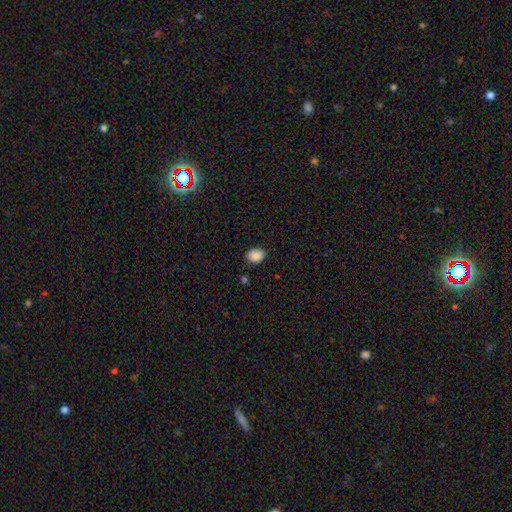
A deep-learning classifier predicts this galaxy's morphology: Smooth or featured?
  - smooth: 88% *
  - star or artifact: 9%
  - featured or disk: 3%
How rounded?
  - in between: 70% *
  - round: 29%
  - cigar-shaped: 1%
Merging?
  - none: 82% *
  - minor disturbance: 14%
  - major disturbance: 3%
  - merger: 2%